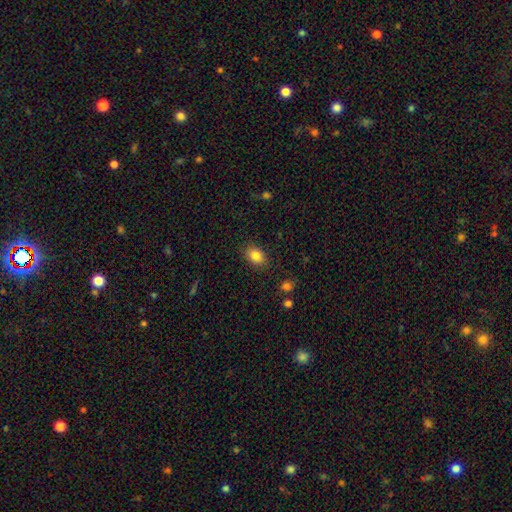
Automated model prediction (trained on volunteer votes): This is clearly a smooth galaxy (85%). How rounded: likely in between (79%). Merging: clearly none (86%).